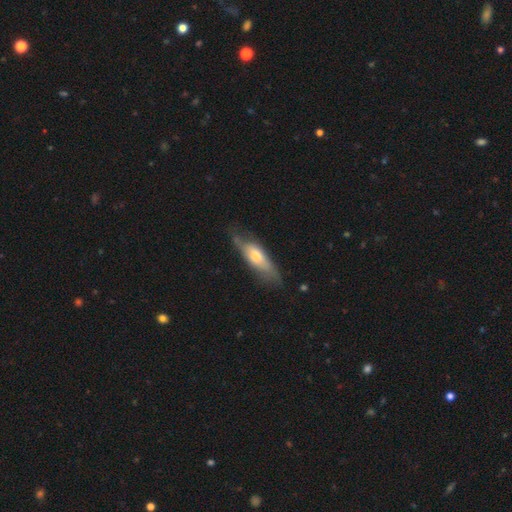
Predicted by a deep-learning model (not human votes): A smooth galaxy with no disk features (48%).

Vote fractions:
- Smooth or featured? smooth: 48% / featured or disk: 46% / star or artifact: 6%
- Merging? none: 63% / minor disturbance: 27% / major disturbance: 9% / merger: 2%